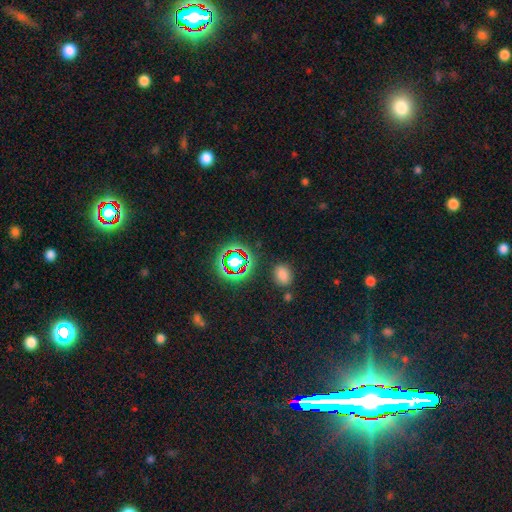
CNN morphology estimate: A star or artifact, not a galaxy (75%).